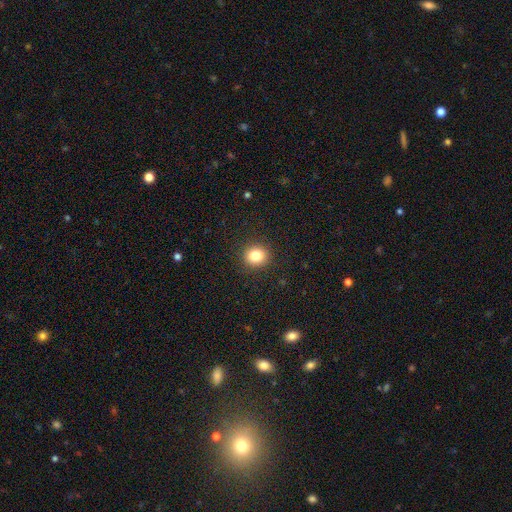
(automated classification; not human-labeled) Smooth or featured?
  - smooth: 83% *
  - star or artifact: 11%
  - featured or disk: 6%
How rounded?
  - round: 84% *
  - in between: 15%
  - cigar-shaped: 1%
Merging?
  - none: 91% *
  - minor disturbance: 6%
  - major disturbance: 2%
  - merger: 1%